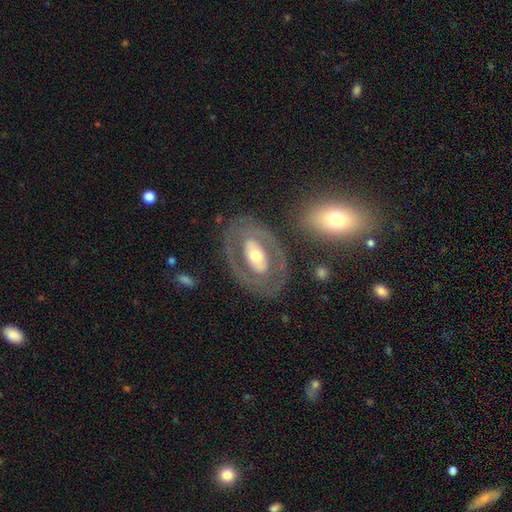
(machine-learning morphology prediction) Smooth or featured: featured or disk — 68% (smooth — 27%)
Edge-on disk: no — 92% (yes — 8%)
Bar: no — 51% (strong — 27%)
Spiral arms: no — 72% (yes — 28%)
Bulge size: moderate — 65% (small — 19%)
Merging: none — 75% (minor disturbance — 12%)